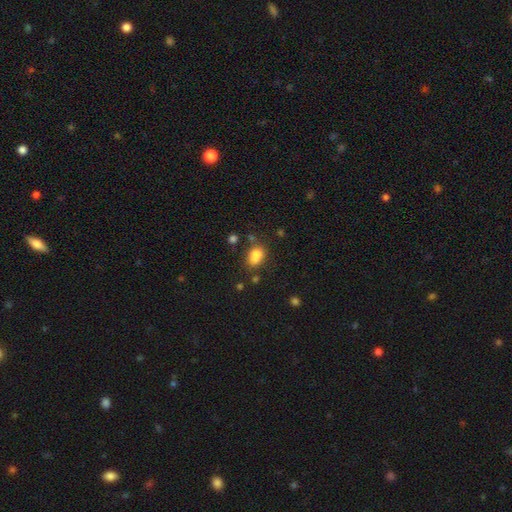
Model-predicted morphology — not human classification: Smooth or featured?
  - smooth: 81% *
  - star or artifact: 11%
  - featured or disk: 8%
How rounded?
  - in between: 74% *
  - round: 24%
  - cigar-shaped: 2%
Merging?
  - none: 58% *
  - minor disturbance: 20%
  - merger: 15%
  - major disturbance: 7%